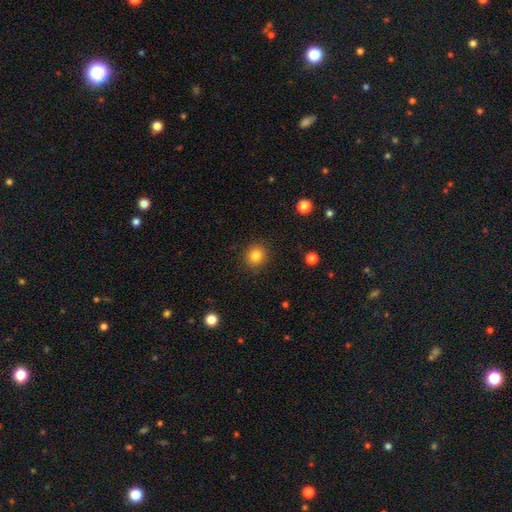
smooth 87%, star or artifact 8%, featured or disk 5%. Down the decision tree: how rounded — round (97%); merging — none (97%).